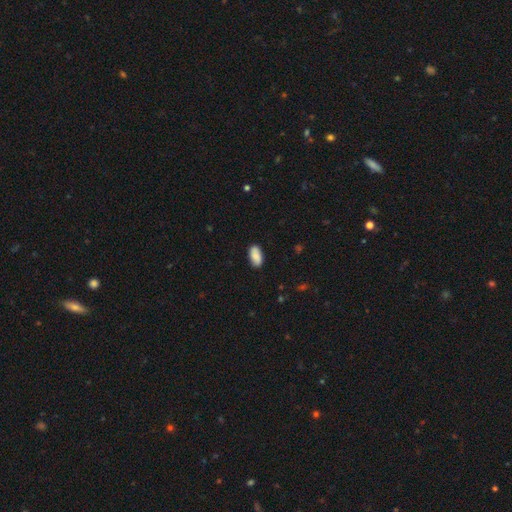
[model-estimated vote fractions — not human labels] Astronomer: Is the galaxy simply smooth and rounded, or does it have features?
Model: smooth — 81%.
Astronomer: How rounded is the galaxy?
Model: in between — 93%.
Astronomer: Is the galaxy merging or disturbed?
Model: none — 84%.